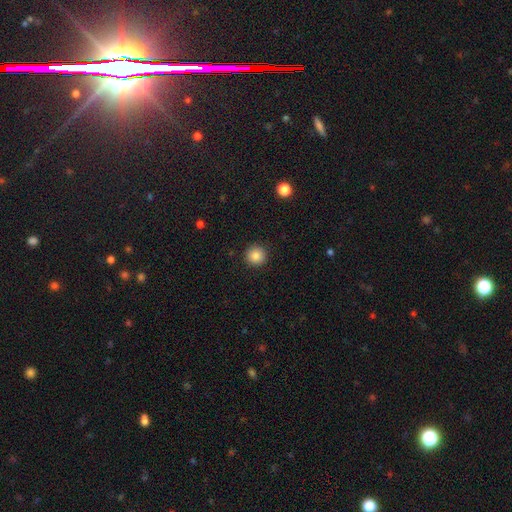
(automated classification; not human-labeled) Smooth or featured? Predicted: smooth (p=0.86). How rounded? Predicted: round (p=0.94). Merging? Predicted: none (p=0.92).